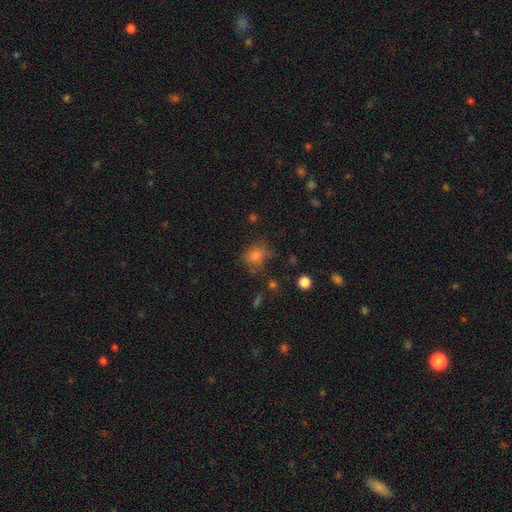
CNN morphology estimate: smooth-or-featured: smooth: 73% | star or artifact: 16% | featured or disk: 11%
  how-rounded: round: 63% | in between: 36% | cigar-shaped: 1%
  merging: none: 68% | minor disturbance: 20% | major disturbance: 8% | merger: 4%